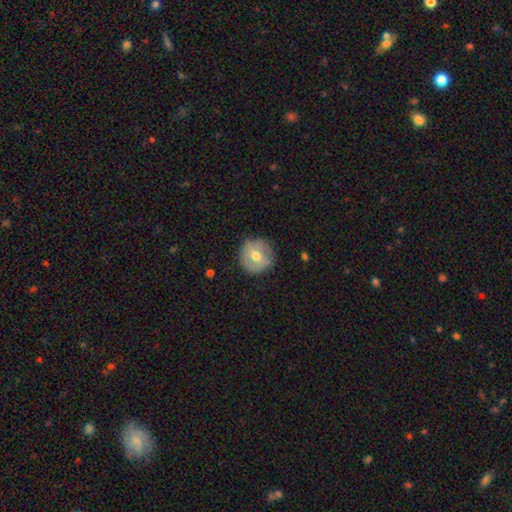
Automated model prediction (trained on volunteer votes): A smooth galaxy with no disk features (55%) that is round (93%). Merging: none (80%).